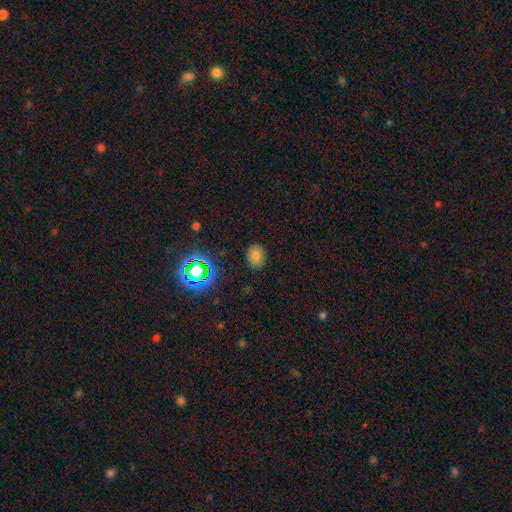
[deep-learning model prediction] Overall: smooth (70%). How rounded: in between (52%; round 47%). Merging: none (84%).